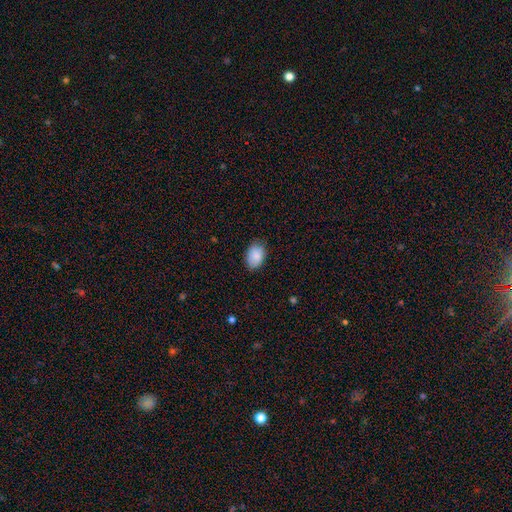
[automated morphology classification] Q: Smooth or featured?
A: smooth (88%); runner-up: star or artifact (7%)
Q: How rounded?
A: in between (83%); runner-up: round (16%)
Q: Merging?
A: none (80%); runner-up: minor disturbance (16%)